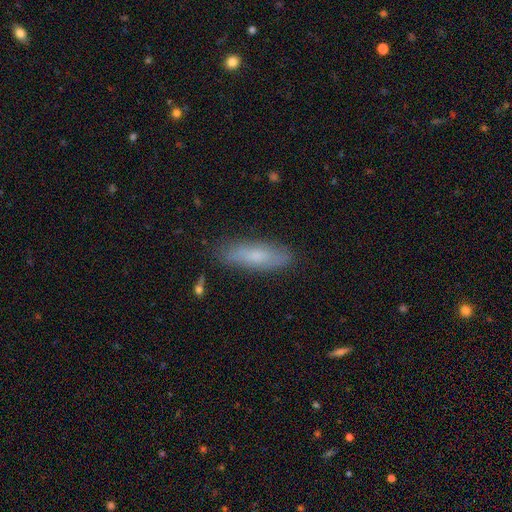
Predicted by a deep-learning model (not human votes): This appears to be a smooth galaxy with no disk features (69%) that is cigar-shaped (58%). Merging: none (82%).